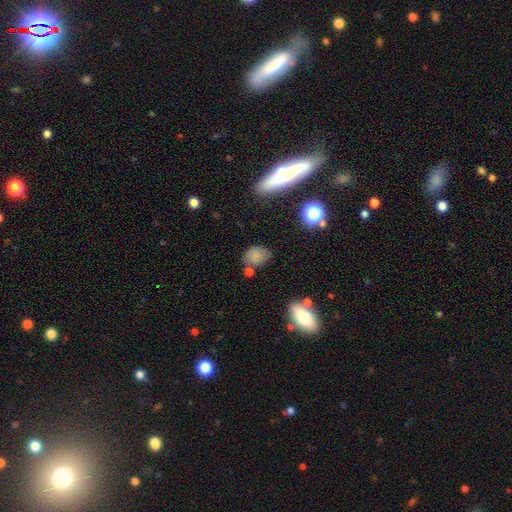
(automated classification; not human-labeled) smooth 78%, star or artifact 14%, featured or disk 9%. Down the decision tree: how rounded — in between (62%); merging — none (65%).